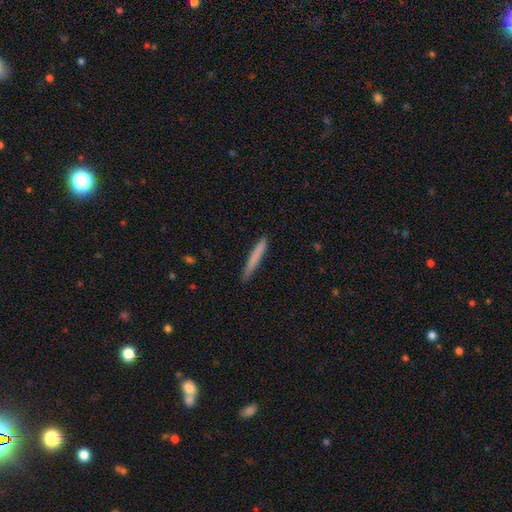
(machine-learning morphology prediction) smooth-or-featured: smooth: 75% | featured or disk: 19% | star or artifact: 6%
  how-rounded: cigar-shaped: 96% | in between: 3% | round: 1%
  merging: none: 84% | minor disturbance: 12% | major disturbance: 2% | merger: 1%